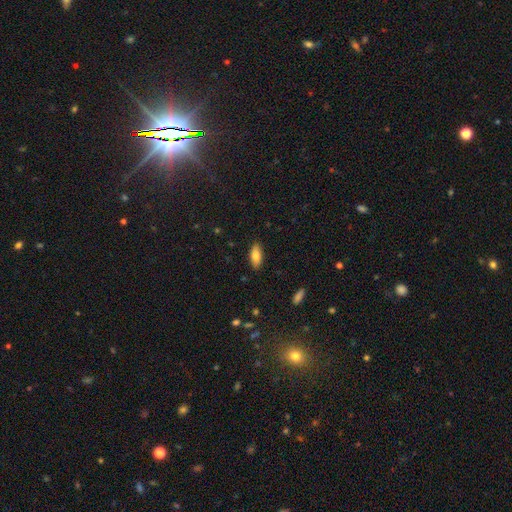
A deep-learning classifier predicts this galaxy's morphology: Smooth or featured?
  - smooth: 80% *
  - featured or disk: 12%
  - star or artifact: 7%
How rounded?
  - in between: 84% *
  - cigar-shaped: 14%
  - round: 2%
Merging?
  - none: 88% *
  - minor disturbance: 9%
  - major disturbance: 2%
  - merger: 1%